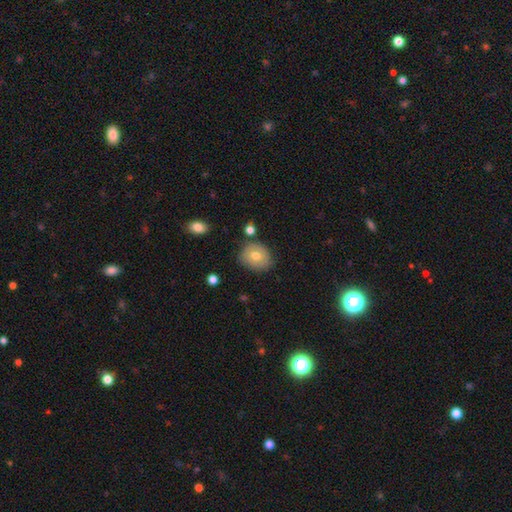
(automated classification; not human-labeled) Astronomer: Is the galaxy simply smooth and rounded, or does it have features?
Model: smooth — 69%.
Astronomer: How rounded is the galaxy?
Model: round — 62%.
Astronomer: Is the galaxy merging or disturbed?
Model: none — 78%.